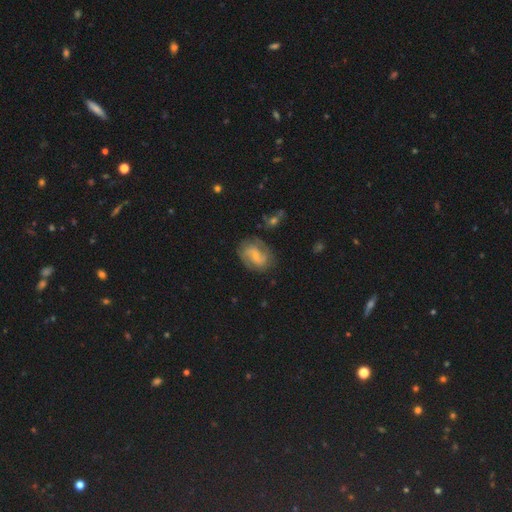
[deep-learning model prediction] The model was most divided on "bar": weak: 46%, no: 44%, strong: 10%. More confident: edge-on disk — no (98%); spiral arms — yes (95%); smooth or featured — featured or disk (78%); spiral arm count — 2 (78%); merging — none (74%); bulge size — small (63%); spiral winding — medium (50%).